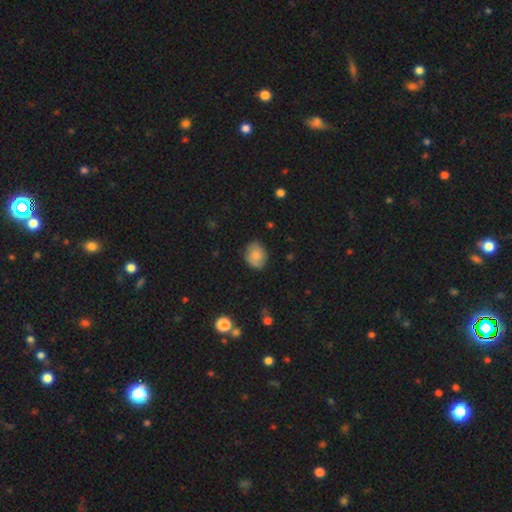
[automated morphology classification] Smooth or featured?
  - smooth: 71% *
  - featured or disk: 20%
  - star or artifact: 9%
How rounded?
  - round: 54% *
  - in between: 45%
  - cigar-shaped: 1%
Merging?
  - none: 73% *
  - minor disturbance: 20%
  - major disturbance: 5%
  - merger: 2%